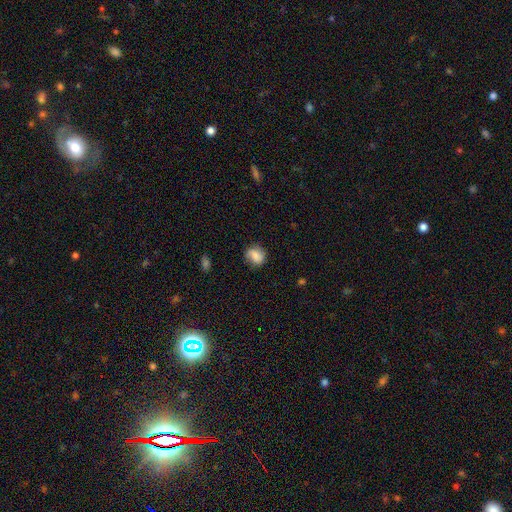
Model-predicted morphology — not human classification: A smooth galaxy with no disk features (64%) that is round (63%). Merging: none (66%).